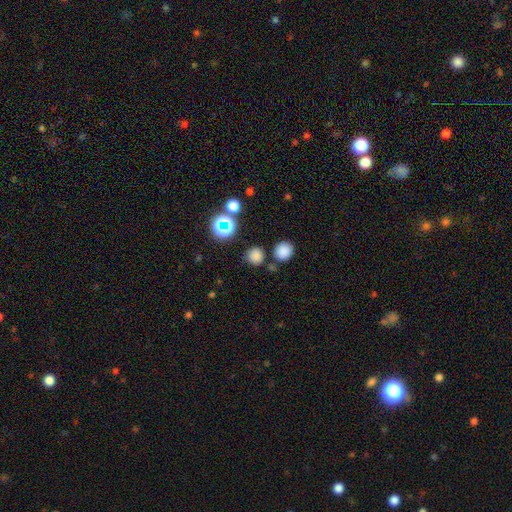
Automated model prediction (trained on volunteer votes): Morphology: type=smooth (76%); roundness=round (90%); merging=none (78%).